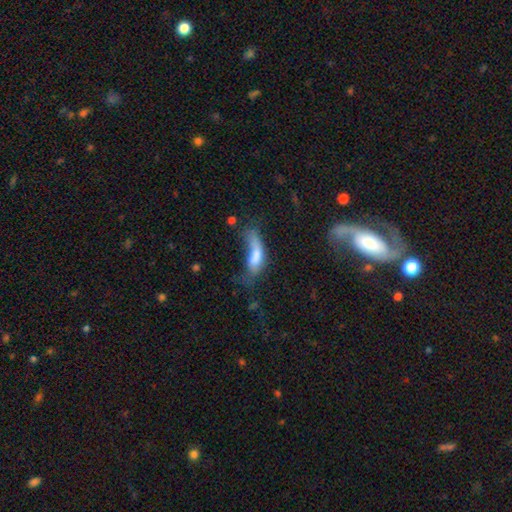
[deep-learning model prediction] The model was most divided on "how rounded": in between: 53%, cigar-shaped: 44%, round: 3%. Remaining: smooth or featured — smooth (59%); merging — major disturbance (43%).